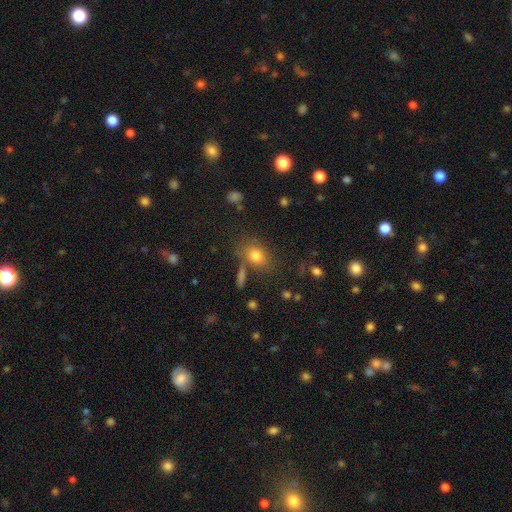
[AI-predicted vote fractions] Q: Smooth or featured?
A: smooth (78%); runner-up: star or artifact (11%)
Q: How rounded?
A: in between (62%); runner-up: round (35%)
Q: Merging?
A: none (67%); runner-up: minor disturbance (15%)